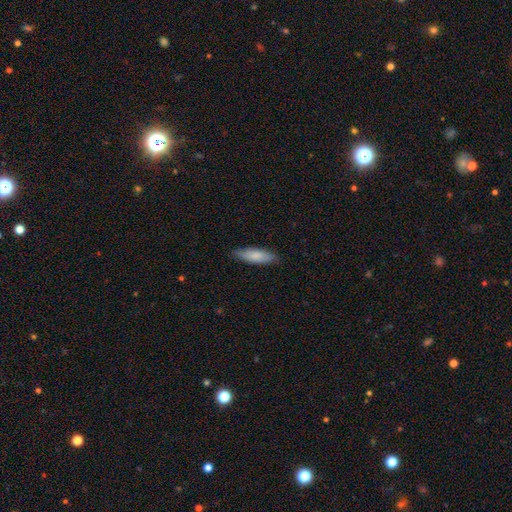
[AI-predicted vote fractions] A smooth galaxy with no disk features (82%) that is cigar-shaped (59%). Merging: none (85%).